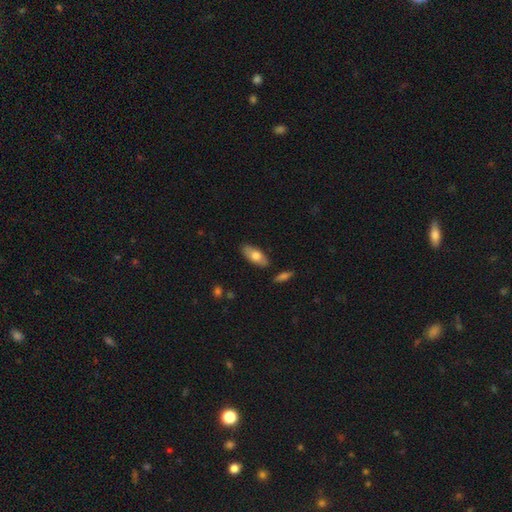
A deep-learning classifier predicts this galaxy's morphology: type=smooth (71%); roundness=in between (84%); merging=none (85%).